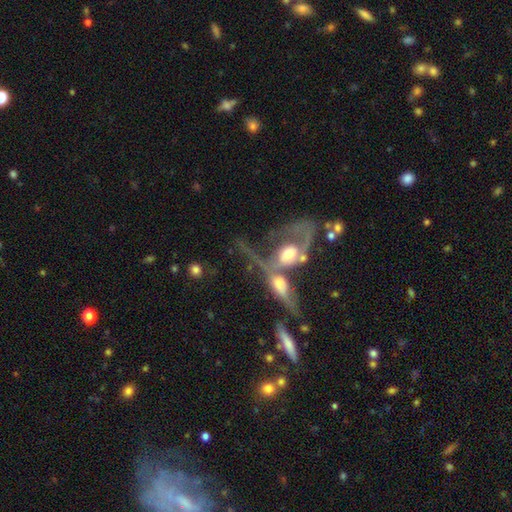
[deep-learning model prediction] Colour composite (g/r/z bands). It shows a featured or disk galaxy (62%) with no bar (67%), spiral arms (57%) and a moderate central bulge (50%). Merging: merger (46%).